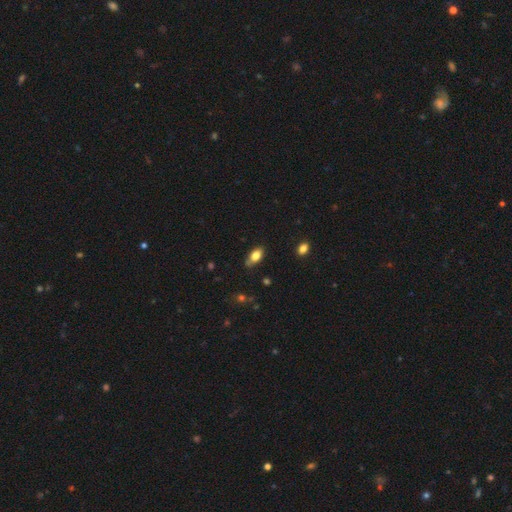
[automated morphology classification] A smooth galaxy with no disk features (81%) that is in between round and cigar-shaped (89%). Merging: none (75%).